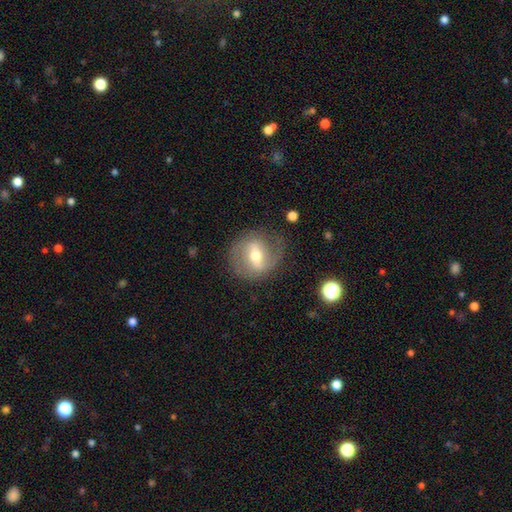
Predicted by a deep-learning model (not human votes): A featured or disk galaxy (68%) with a strong bar (48%), spiral arms (68%) and a moderate central bulge (70%). Merging: none (75%).